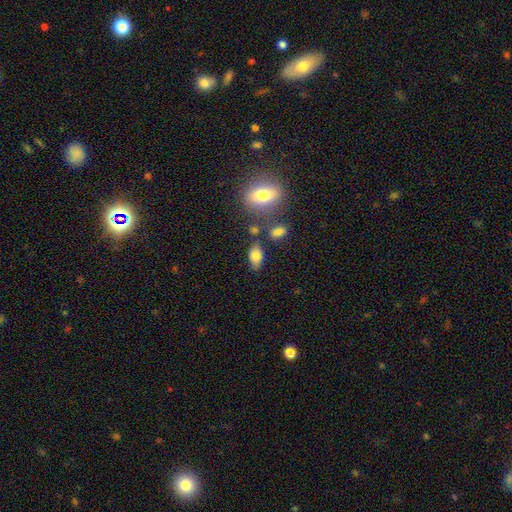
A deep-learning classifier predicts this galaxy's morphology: Smooth or featured? Predicted: smooth (p=0.81). How rounded? Predicted: in between (p=0.90). Merging? Predicted: none (p=0.72).